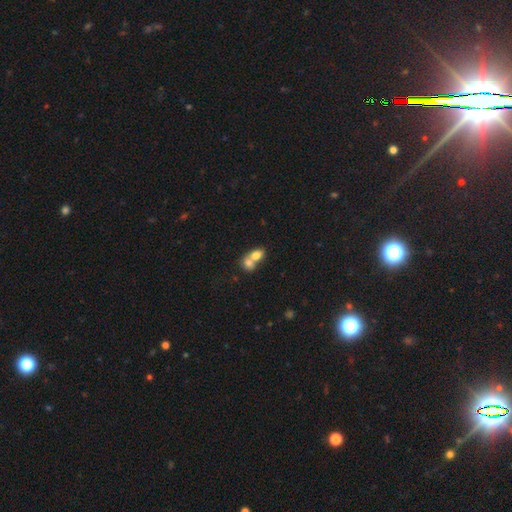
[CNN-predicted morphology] A smooth galaxy with no disk features (74%) that is in between round and cigar-shaped (61%). Merging: merger (76%).